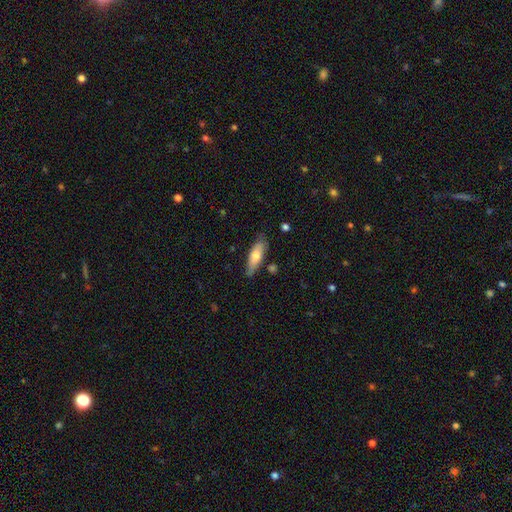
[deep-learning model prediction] Smooth or featured? Predicted: smooth (p=0.68). How rounded? Predicted: in between (p=0.54). Merging? Predicted: none (p=0.75).